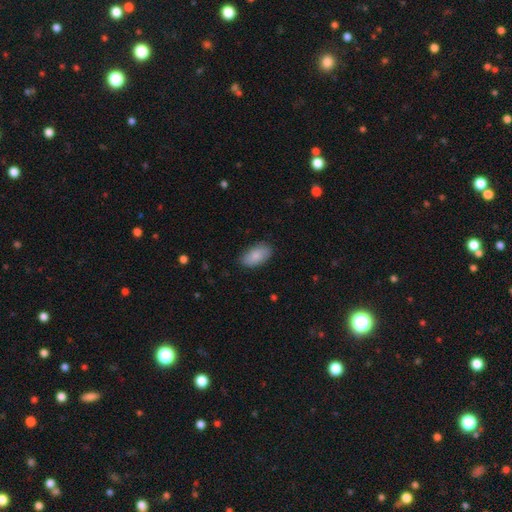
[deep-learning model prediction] This is clearly a smooth galaxy (84%). How rounded: clearly in between (94%). Merging: clearly none (84%).